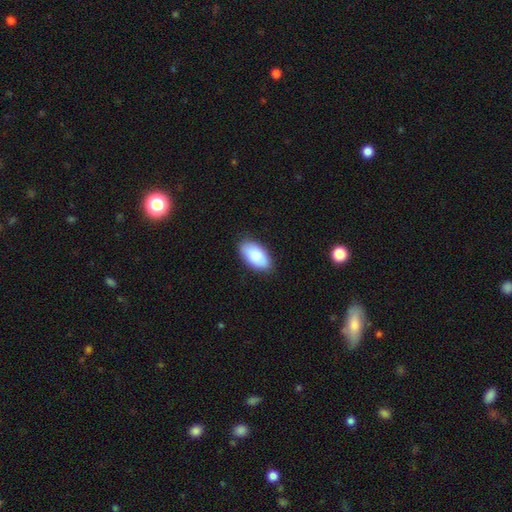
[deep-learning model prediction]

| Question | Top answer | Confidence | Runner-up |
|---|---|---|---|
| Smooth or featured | smooth | 86% | featured or disk (9%) |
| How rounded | in between | 95% | round (3%) |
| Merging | none | 86% | minor disturbance (11%) |